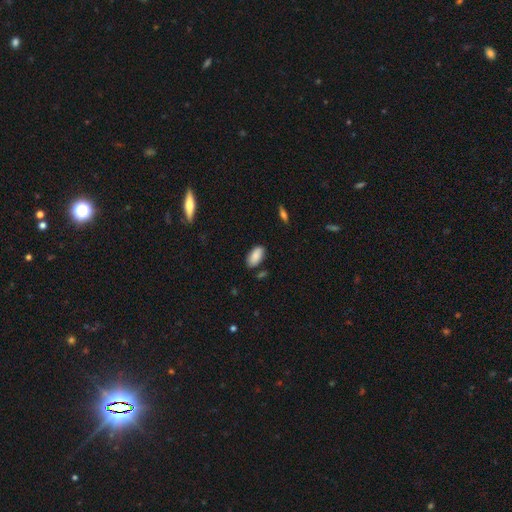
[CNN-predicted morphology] Smooth or featured?
  - smooth: 88% *
  - star or artifact: 7%
  - featured or disk: 6%
How rounded?
  - in between: 94% *
  - cigar-shaped: 4%
  - round: 2%
Merging?
  - none: 81% *
  - minor disturbance: 13%
  - merger: 3%
  - major disturbance: 3%